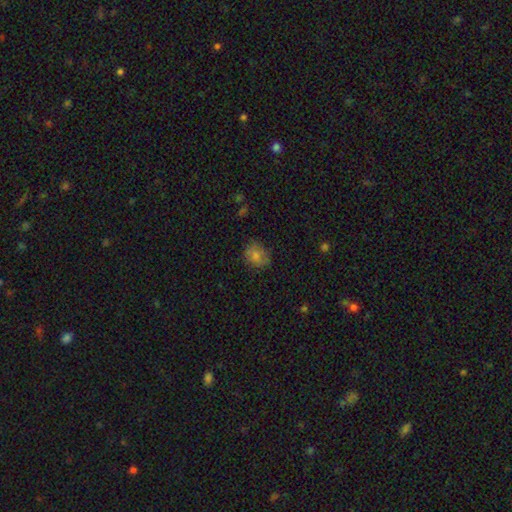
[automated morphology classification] Smooth or featured? smooth (77%)
How rounded? round (54%)
Merging? none (75%)